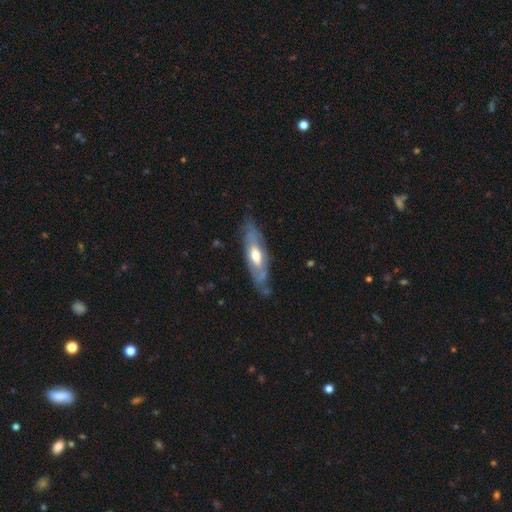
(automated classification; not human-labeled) Overall: featured or disk (58%; smooth 36%). Edge-on disk: no (59%; yes 41%). Merging: none (72%).